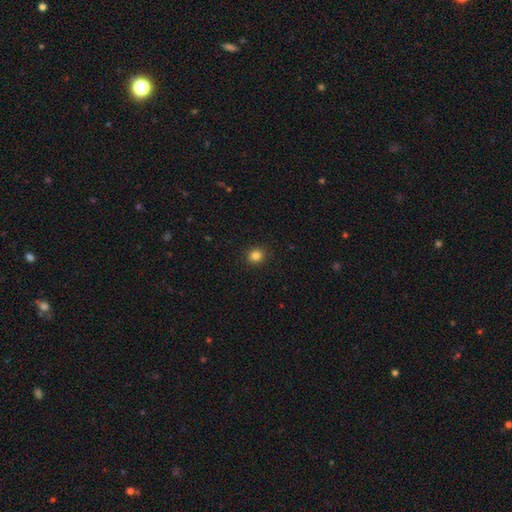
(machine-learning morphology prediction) smooth 84%, star or artifact 12%, featured or disk 4%. Down the decision tree: how rounded — round (84%); merging — none (91%).